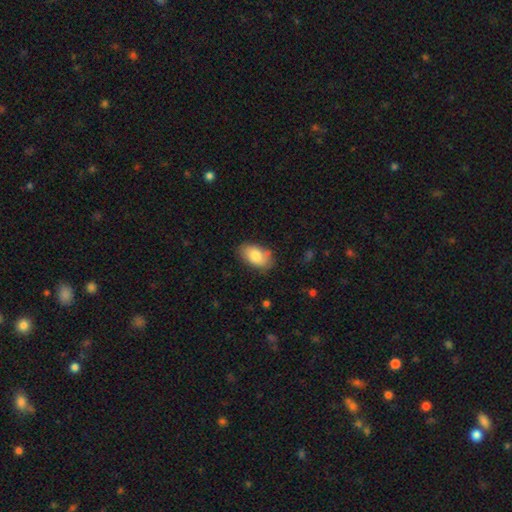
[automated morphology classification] This appears to be a smooth galaxy with no disk features (82%) that is in between round and cigar-shaped (93%). Merging: none (76%).